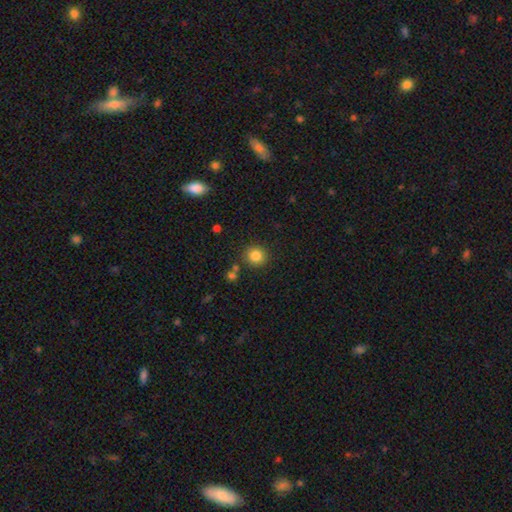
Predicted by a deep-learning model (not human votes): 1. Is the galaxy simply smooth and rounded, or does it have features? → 84% smooth, 11% star or artifact, 5% featured or disk.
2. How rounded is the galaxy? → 91% round, 8% in between, 1% cigar-shaped.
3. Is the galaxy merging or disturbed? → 85% none, 8% minor disturbance, 4% merger, 3% major disturbance.